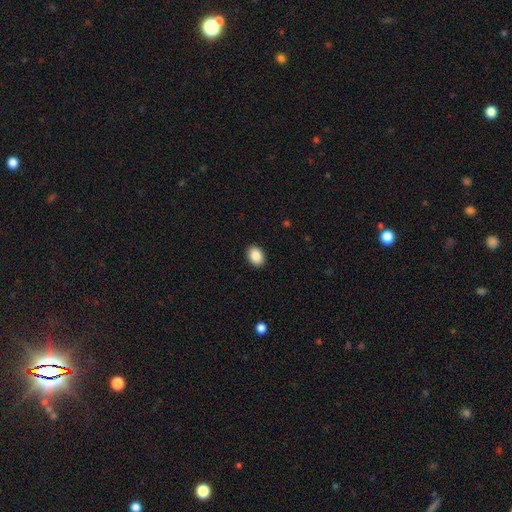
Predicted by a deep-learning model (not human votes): Morphology: type=smooth (87%); roundness=in between (67%); merging=none (91%).